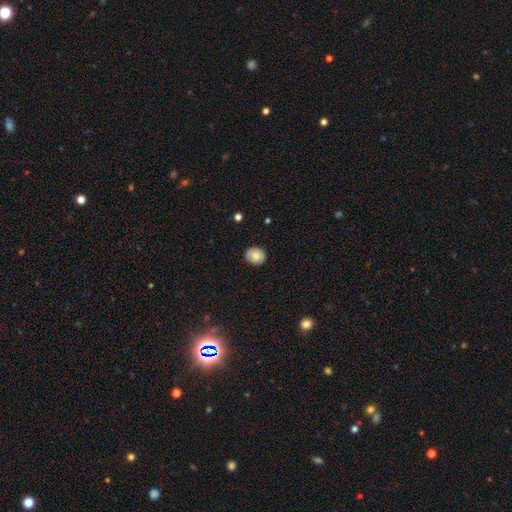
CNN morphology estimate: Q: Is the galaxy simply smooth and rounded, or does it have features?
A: smooth — 79%.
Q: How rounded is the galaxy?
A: round — 74%.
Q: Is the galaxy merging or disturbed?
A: none — 82%.